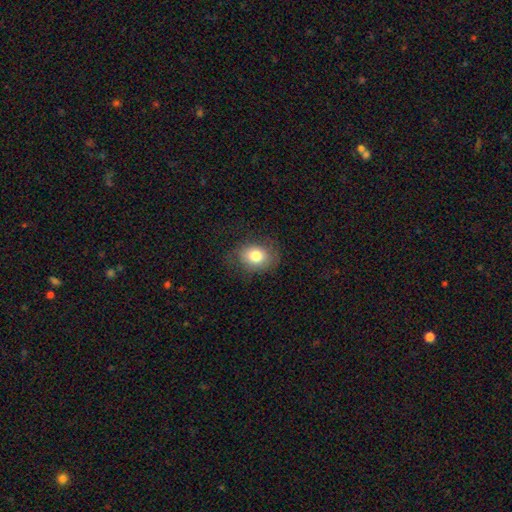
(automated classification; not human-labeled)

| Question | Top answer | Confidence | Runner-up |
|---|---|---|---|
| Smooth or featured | smooth | 79% | featured or disk (12%) |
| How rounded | round | 50% | in between (49%) |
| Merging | none | 72% | minor disturbance (18%) |